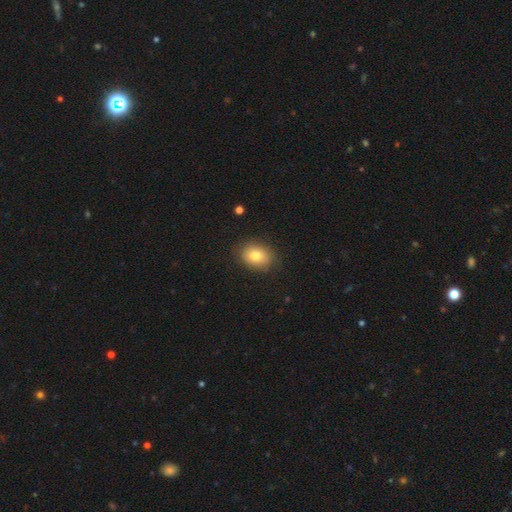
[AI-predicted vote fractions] smooth_or_featured: smooth (p=0.81) [alt: featured or disk p=0.10]
how_rounded: in between (p=0.74) [alt: round p=0.25]
merging: none (p=0.84) [alt: minor disturbance p=0.12]